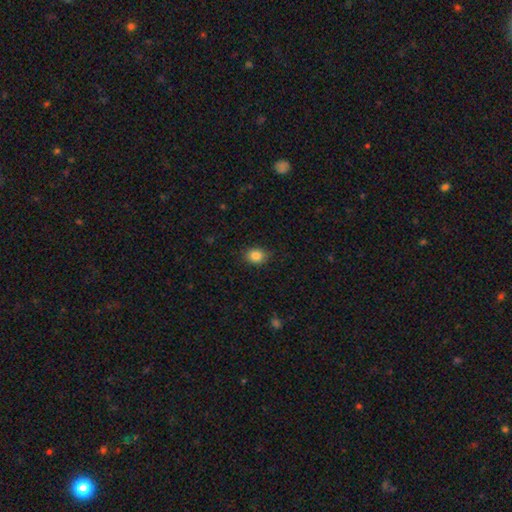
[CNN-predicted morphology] Smooth or featured?
  - smooth: 85% *
  - star or artifact: 10%
  - featured or disk: 5%
How rounded?
  - round: 53% *
  - in between: 46%
  - cigar-shaped: 1%
Merging?
  - none: 83% *
  - minor disturbance: 13%
  - major disturbance: 3%
  - merger: 1%